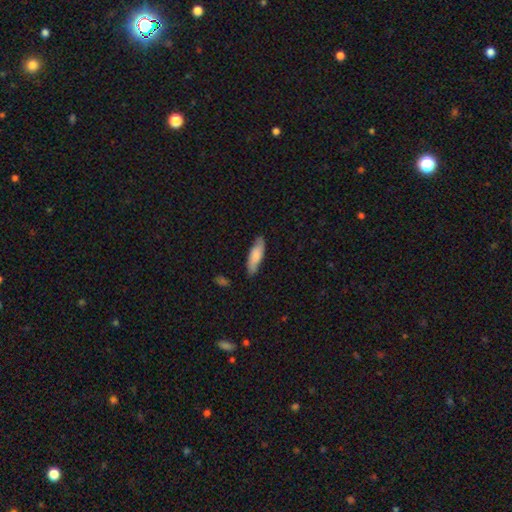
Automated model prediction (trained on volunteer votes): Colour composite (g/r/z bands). It shows a smooth galaxy with no disk features (75%) that is cigar-shaped (49%, tied with in between). Merging: none (83%).